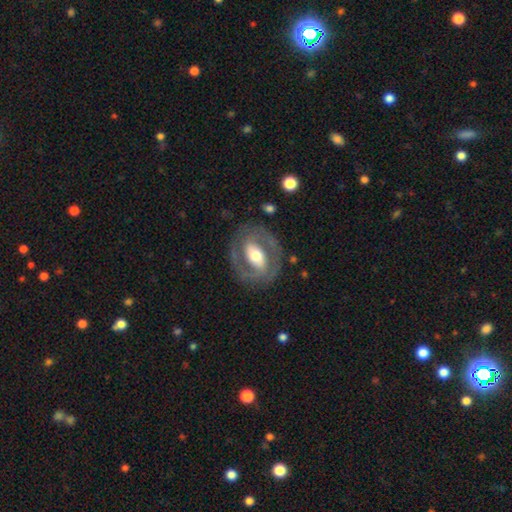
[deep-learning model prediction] Overall: featured or disk (76%). Edge-on disk: no (95%). Bar: strong (44%; weak 30%). Spiral arms: yes (68%; no 32%). Bulge size: moderate (62%). Merging: none (79%).